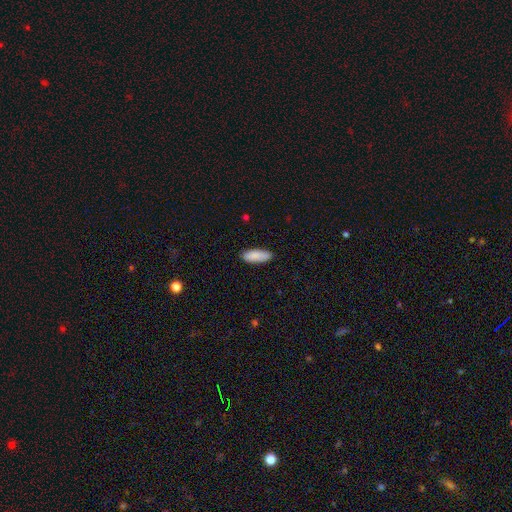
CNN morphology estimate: A smooth galaxy with no disk features (88%) that is in between round and cigar-shaped (68%).

Vote fractions:
- Smooth or featured? smooth: 88% / featured or disk: 6% / star or artifact: 6%
- How rounded? in between: 68% / cigar-shaped: 31% / round: 2%
- Merging? none: 87% / minor disturbance: 10% / major disturbance: 2% / merger: 1%